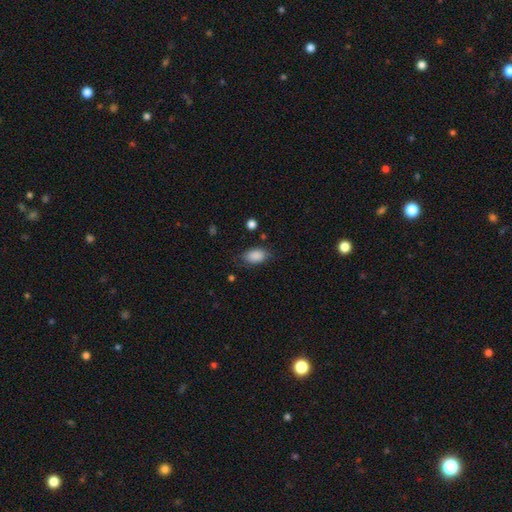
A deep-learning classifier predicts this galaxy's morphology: A smooth galaxy with no disk features (88%) that is in between round and cigar-shaped (90%). Merging: none (73%).